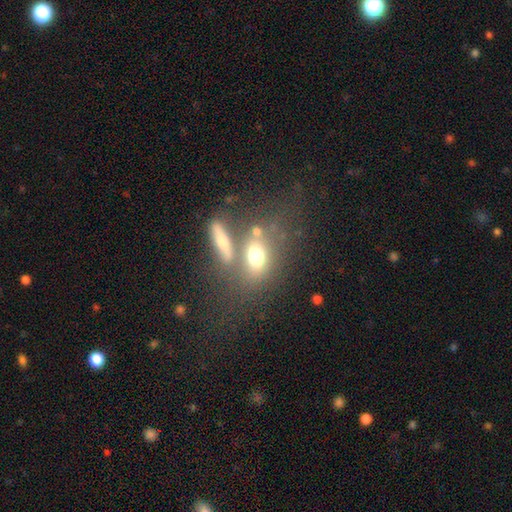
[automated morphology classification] type=smooth (67%); roundness=in between (68%); merging=none (51%).